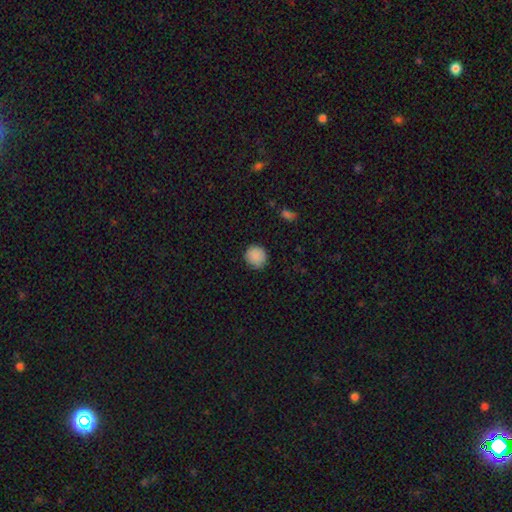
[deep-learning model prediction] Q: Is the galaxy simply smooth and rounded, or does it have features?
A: smooth — 89%.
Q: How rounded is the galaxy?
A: round — 90%.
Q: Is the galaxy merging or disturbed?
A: none — 86%.